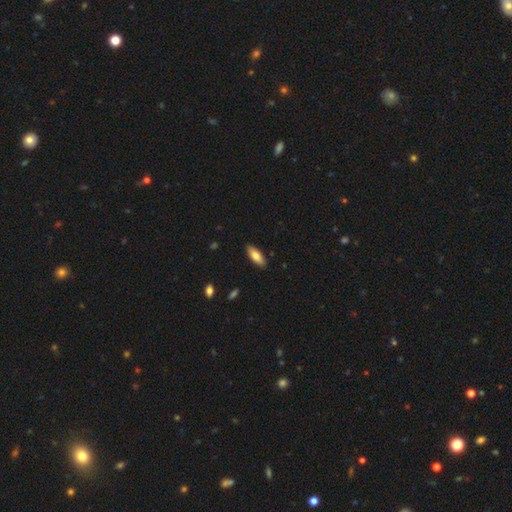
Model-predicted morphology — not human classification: Smooth or featured? Predicted: smooth (p=0.79). How rounded? Predicted: in between (p=0.75). Merging? Predicted: none (p=0.89).